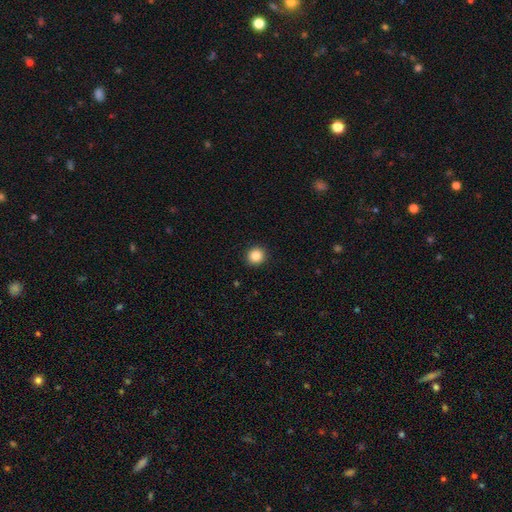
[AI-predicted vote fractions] Morphology: type=smooth (85%); roundness=round (92%); merging=none (93%).